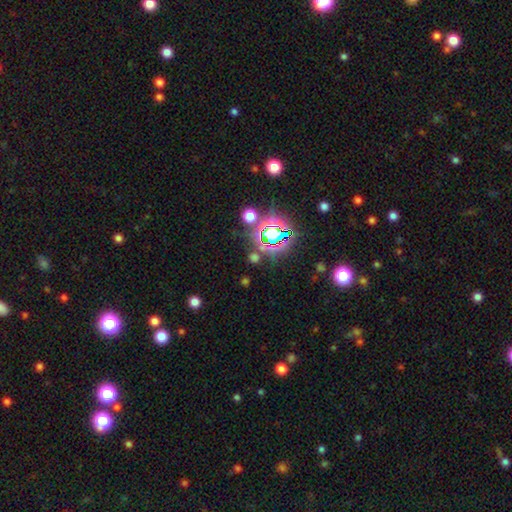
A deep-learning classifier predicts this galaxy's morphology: Smooth or featured? Predicted: star or artifact (p=0.72).